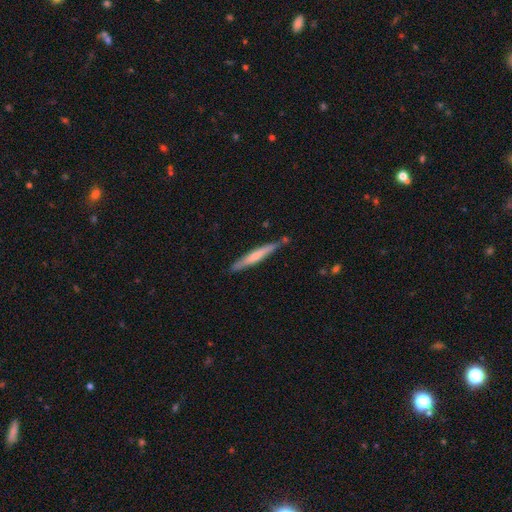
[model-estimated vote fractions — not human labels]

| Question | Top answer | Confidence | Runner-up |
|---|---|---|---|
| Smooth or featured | smooth | 53% | featured or disk (42%) |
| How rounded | cigar-shaped | 95% | in between (4%) |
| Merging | none | 79% | minor disturbance (15%) |